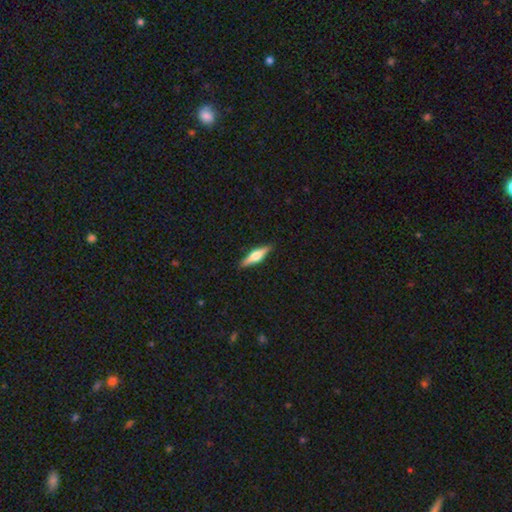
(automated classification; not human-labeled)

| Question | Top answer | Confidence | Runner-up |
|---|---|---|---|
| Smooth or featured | featured or disk | 54% | smooth (40%) |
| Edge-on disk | yes | 95% | no (5%) |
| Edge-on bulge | rounded | 91% | boxy (6%) |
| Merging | none | 89% | minor disturbance (8%) |